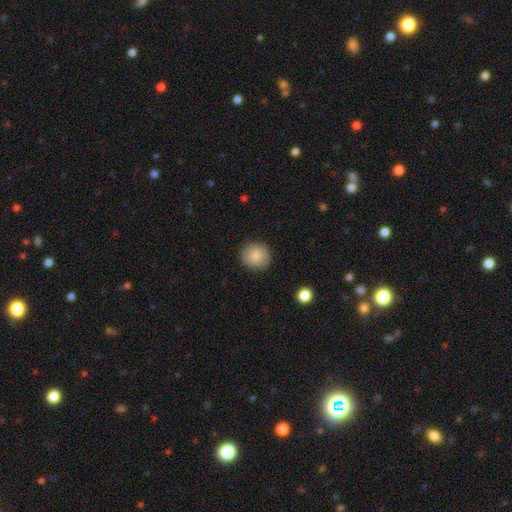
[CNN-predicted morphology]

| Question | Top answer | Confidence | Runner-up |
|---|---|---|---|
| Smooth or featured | smooth | 85% | star or artifact (8%) |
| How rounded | round | 90% | in between (9%) |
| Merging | none | 88% | minor disturbance (9%) |